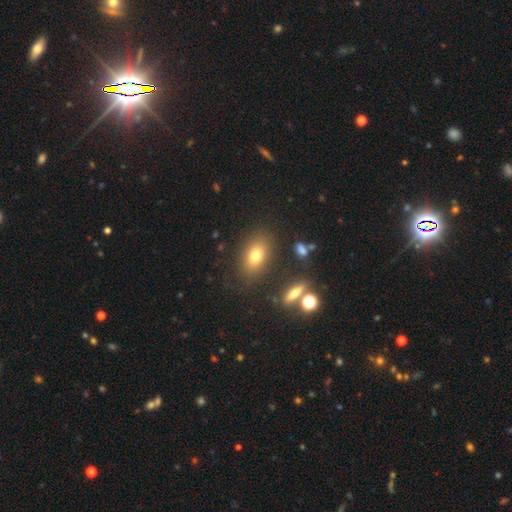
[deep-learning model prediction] Smooth or featured: smooth — 76% (featured or disk — 12%)
How rounded: in between — 81% (round — 15%)
Merging: none — 82% (minor disturbance — 10%)